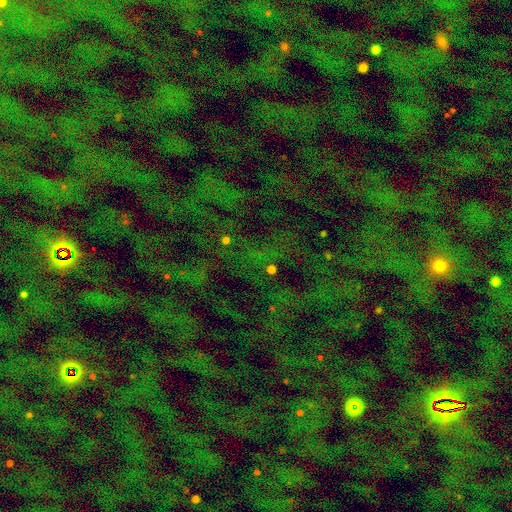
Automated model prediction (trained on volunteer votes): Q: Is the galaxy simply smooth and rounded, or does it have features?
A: star or artifact — 73%.